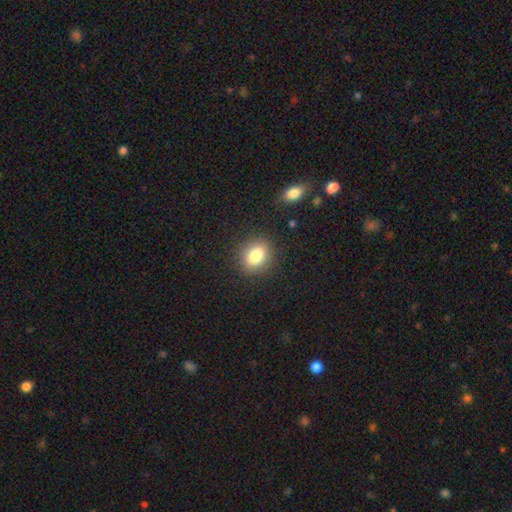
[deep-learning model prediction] This appears to be a smooth galaxy with no disk features (80%) that is round (53%). Merging: none (88%).